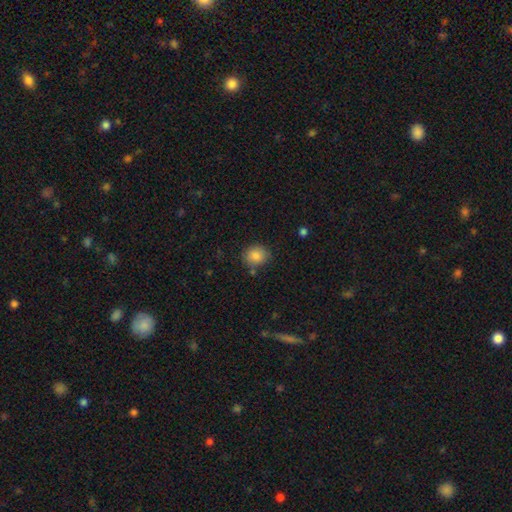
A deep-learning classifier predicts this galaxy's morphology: Smooth or featured? Predicted: smooth (p=0.86). How rounded? Predicted: round (p=0.75). Merging? Predicted: none (p=0.80).